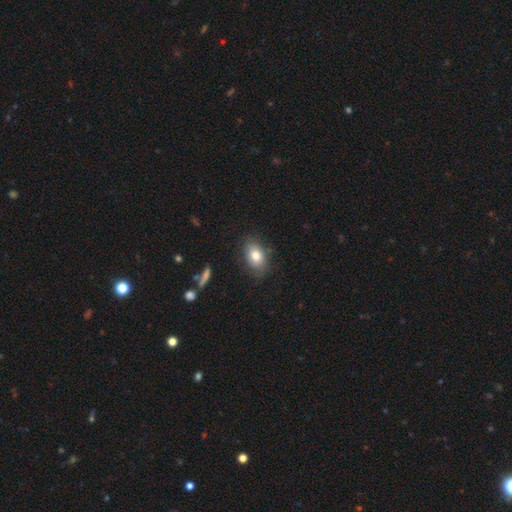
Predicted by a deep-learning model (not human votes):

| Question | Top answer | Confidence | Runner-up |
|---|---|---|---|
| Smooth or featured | smooth | 79% | featured or disk (13%) |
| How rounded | in between | 83% | round (16%) |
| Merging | none | 79% | minor disturbance (16%) |